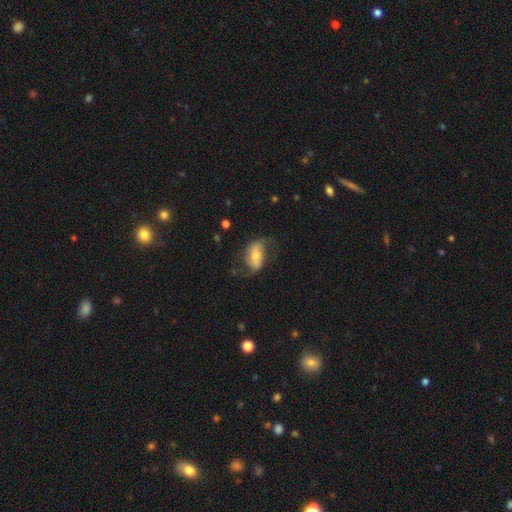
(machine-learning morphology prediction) A featured or disk galaxy (61%) with a weak bar (36%), spiral arms (83%) and a moderate central bulge (56%). Merging: none (60%).